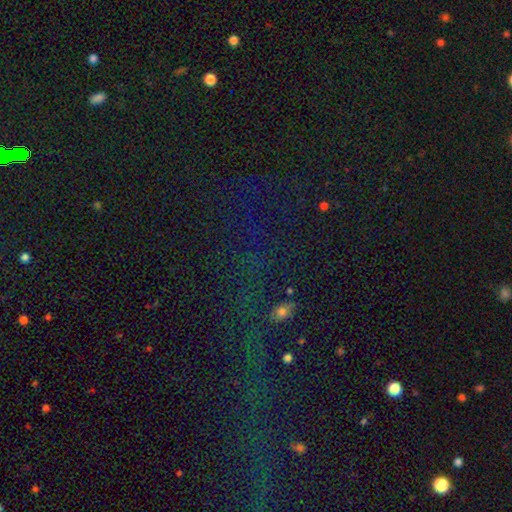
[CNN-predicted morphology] Smooth or featured: star or artifact — 75% (smooth — 14%)